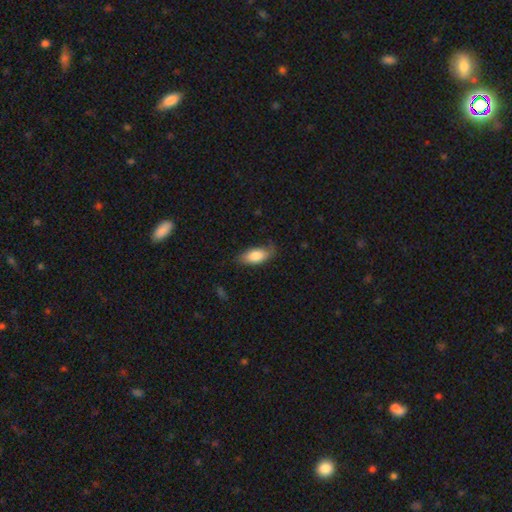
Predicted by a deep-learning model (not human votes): Overall: smooth (81%). How rounded: in between (87%). Merging: none (68%).